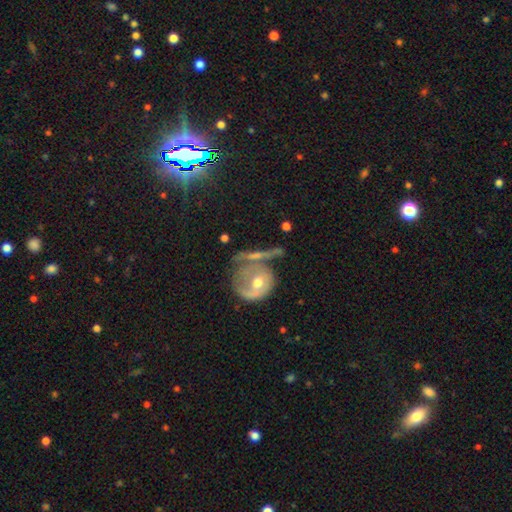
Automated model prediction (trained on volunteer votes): Smooth or featured? Predicted: featured or disk (p=0.55). Edge-on disk? Predicted: no (p=0.76). Merging? Predicted: none (p=0.39).